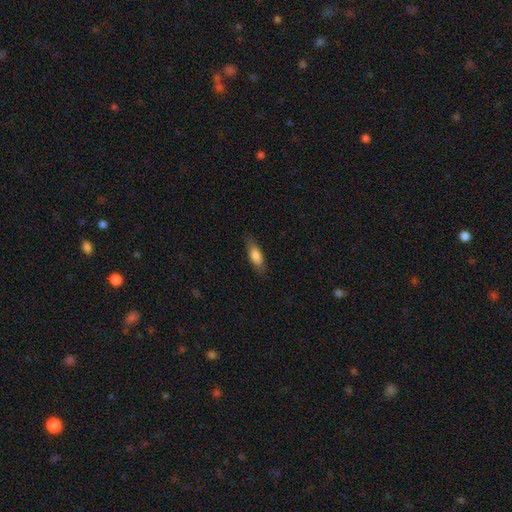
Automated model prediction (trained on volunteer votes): Q: Smooth or featured?
A: smooth (80%); runner-up: featured or disk (13%)
Q: How rounded?
A: in between (69%); runner-up: cigar-shaped (29%)
Q: Merging?
A: none (81%); runner-up: minor disturbance (14%)